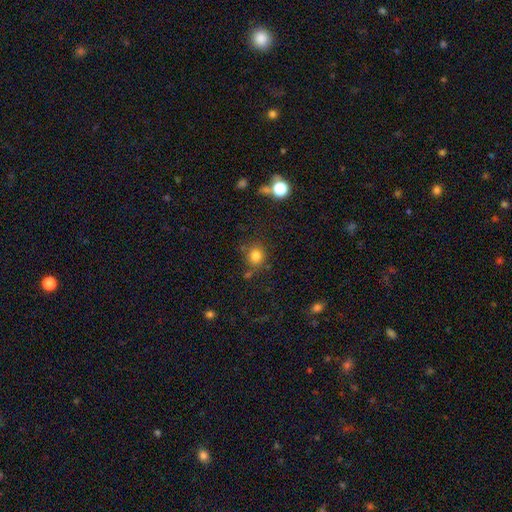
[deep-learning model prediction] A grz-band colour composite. It shows a smooth galaxy with no disk features (80%) that is round (86%). Merging: none (74%).